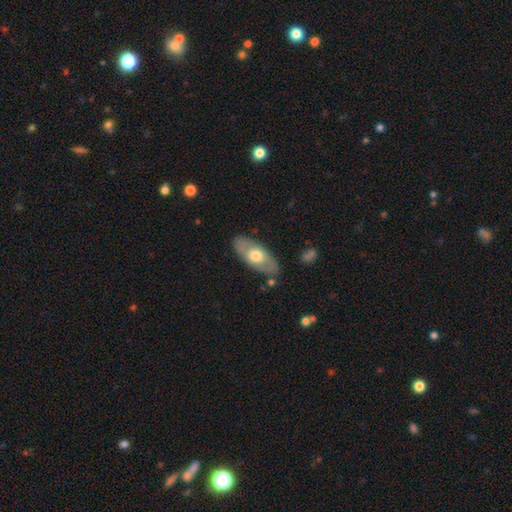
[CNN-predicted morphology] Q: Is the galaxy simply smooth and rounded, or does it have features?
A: smooth — 50%.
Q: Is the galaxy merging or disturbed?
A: none — 82%.